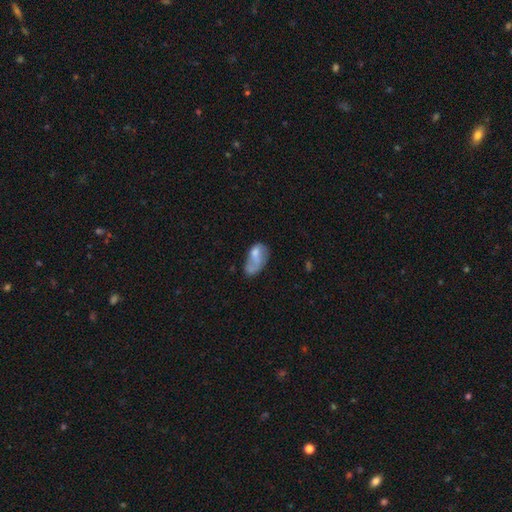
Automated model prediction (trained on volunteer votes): This is possibly a smooth galaxy (59%). How rounded: clearly in between (91%). Merging: marginally major disturbance (30%).